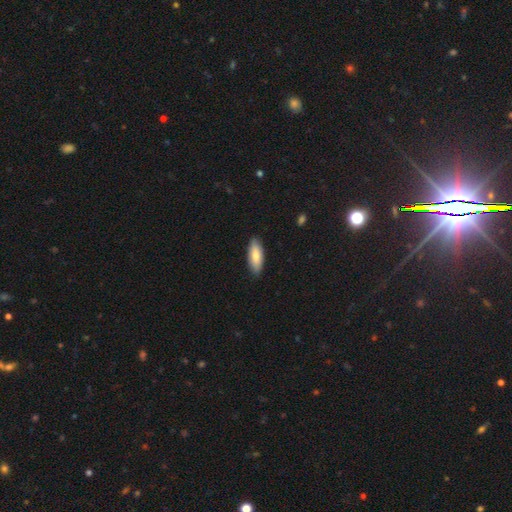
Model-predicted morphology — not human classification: smooth 78%, featured or disk 16%, star or artifact 5%. Down the decision tree: how rounded — in between (72%); merging — none (87%).